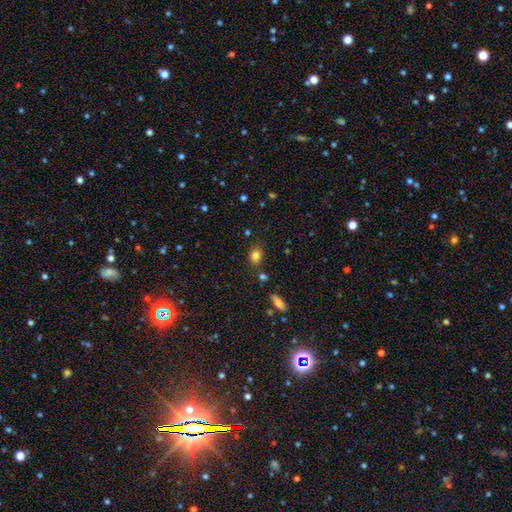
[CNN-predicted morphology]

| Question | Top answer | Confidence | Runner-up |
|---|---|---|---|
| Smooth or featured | smooth | 82% | star or artifact (11%) |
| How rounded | in between | 64% | round (34%) |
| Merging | none | 74% | minor disturbance (15%) |